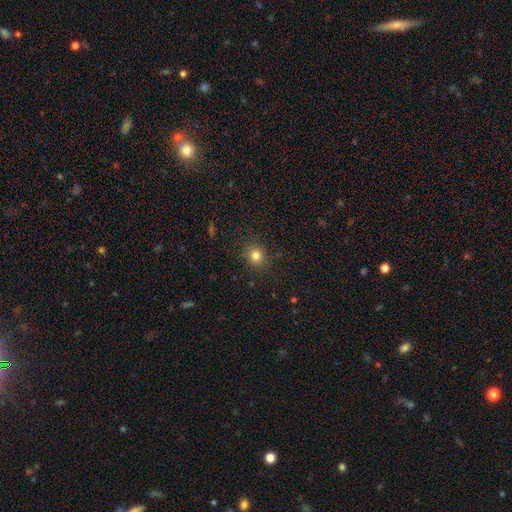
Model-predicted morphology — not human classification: This appears to be a smooth galaxy with no disk features (80%) that is round (85%). Merging: none (88%).